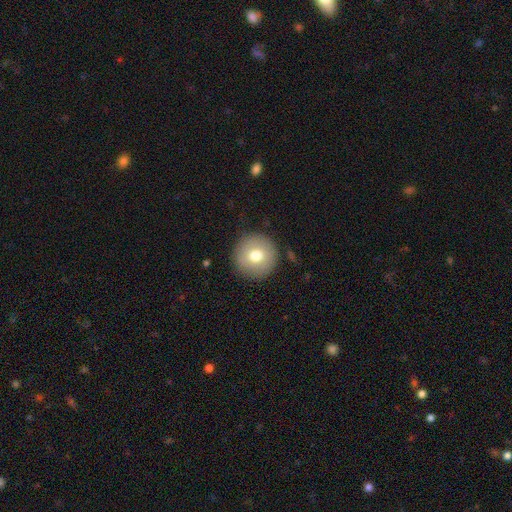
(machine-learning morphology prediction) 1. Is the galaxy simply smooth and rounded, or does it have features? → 74% smooth, 17% featured or disk, 9% star or artifact.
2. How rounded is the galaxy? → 96% round, 3% in between, 1% cigar-shaped.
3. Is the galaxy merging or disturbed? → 89% none, 7% minor disturbance, 3% major disturbance, 1% merger.